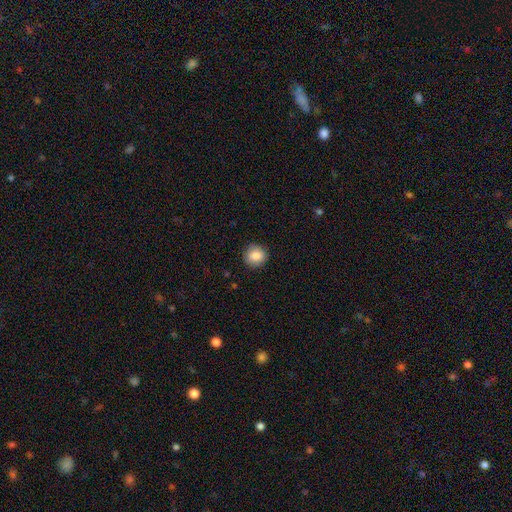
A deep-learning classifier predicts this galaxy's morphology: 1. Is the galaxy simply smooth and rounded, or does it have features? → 86% smooth, 8% star or artifact, 6% featured or disk.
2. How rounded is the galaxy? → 84% round, 15% in between, 1% cigar-shaped.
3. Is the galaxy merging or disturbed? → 87% none, 10% minor disturbance, 2% major disturbance, 1% merger.